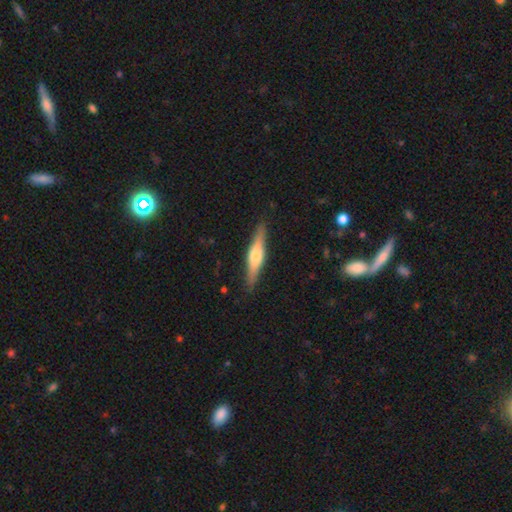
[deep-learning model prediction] Smooth or featured?
  - featured or disk: 53% *
  - smooth: 41%
  - star or artifact: 6%
Edge-on disk?
  - yes: 95% *
  - no: 5%
Edge-on bulge?
  - rounded: 79% *
  - boxy: 14%
  - none: 8%
Merging?
  - none: 88% *
  - minor disturbance: 9%
  - major disturbance: 2%
  - merger: 1%